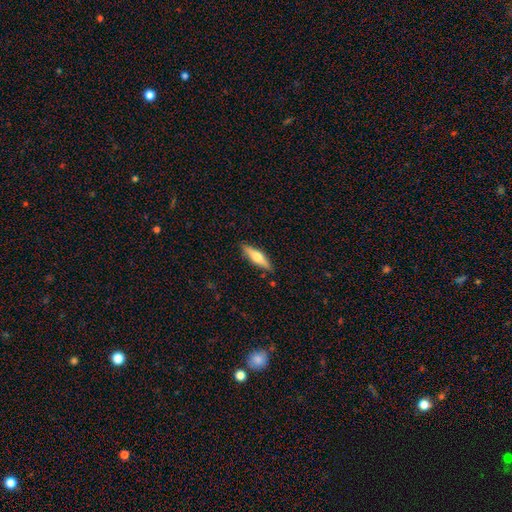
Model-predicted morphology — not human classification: The model was most divided on "smooth or featured": smooth: 48%, featured or disk: 47%, star or artifact: 6%. More confident: merging — none (87%).